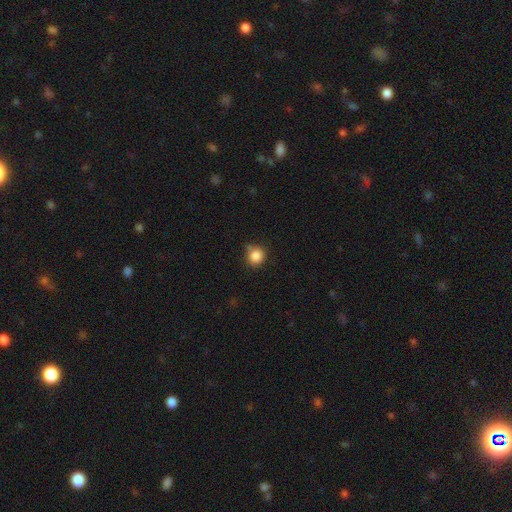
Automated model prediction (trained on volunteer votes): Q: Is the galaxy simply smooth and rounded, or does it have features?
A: smooth — 86%.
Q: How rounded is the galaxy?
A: round — 87%.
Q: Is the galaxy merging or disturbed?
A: none — 75%.